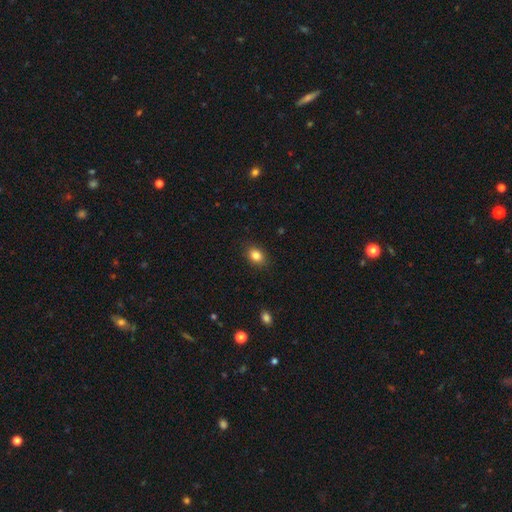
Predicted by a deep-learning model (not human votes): smooth_or_featured: smooth (p=0.85) [alt: star or artifact p=0.10]
how_rounded: in between (p=0.68) [alt: round p=0.31]
merging: none (p=0.87) [alt: minor disturbance p=0.09]